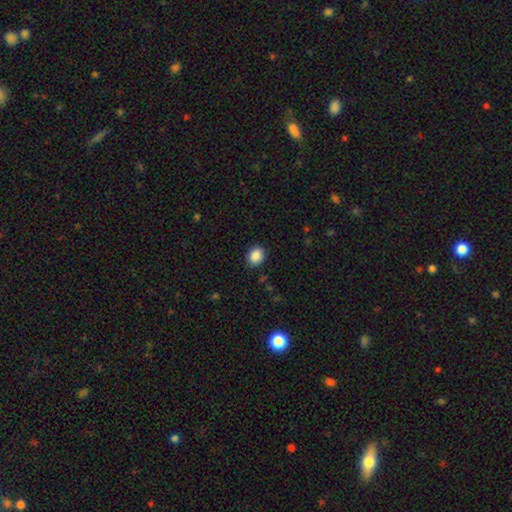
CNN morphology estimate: This is clearly a smooth galaxy (89%). How rounded: possibly round (56%). Merging: clearly none (88%).